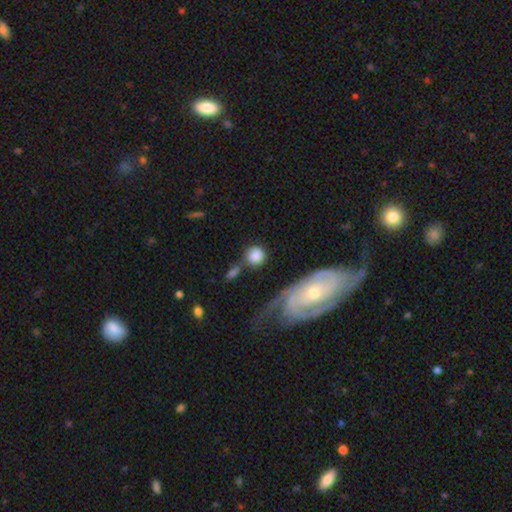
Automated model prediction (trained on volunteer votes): The model was most divided on "merging": none: 60%, merger: 16%, minor disturbance: 15%, major disturbance: 9%. More confident: how rounded — round (90%); smooth or featured — smooth (79%).